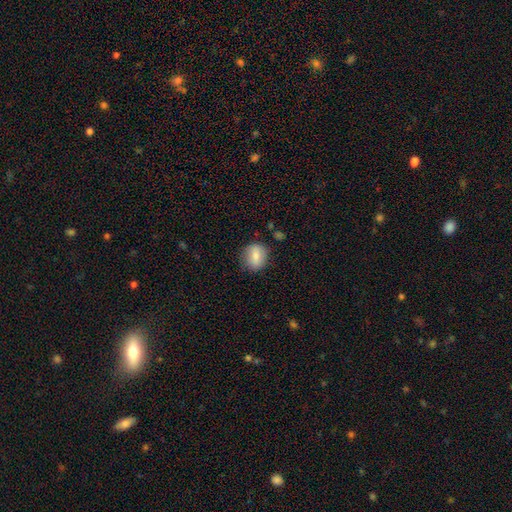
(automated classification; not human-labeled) Smooth or featured?
  - smooth: 76% *
  - featured or disk: 16%
  - star or artifact: 8%
How rounded?
  - round: 62% *
  - in between: 36%
  - cigar-shaped: 2%
Merging?
  - none: 79% *
  - minor disturbance: 15%
  - major disturbance: 4%
  - merger: 2%